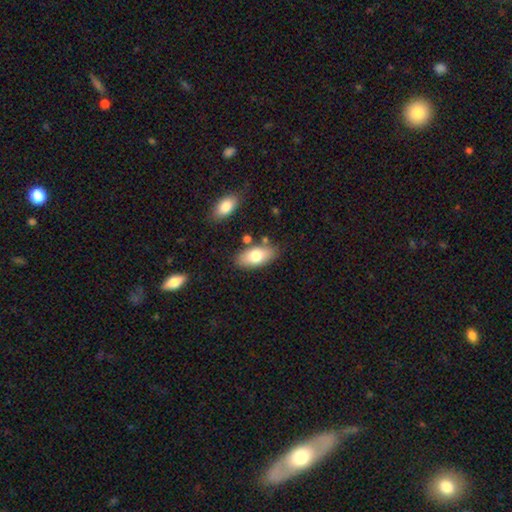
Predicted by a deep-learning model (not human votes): A smooth galaxy with no disk features (76%) that is in between round and cigar-shaped (91%).

Vote fractions:
- Smooth or featured? smooth: 76% / featured or disk: 18% / star or artifact: 7%
- How rounded? in between: 91% / cigar-shaped: 6% / round: 3%
- Merging? none: 80% / minor disturbance: 12% / merger: 5% / major disturbance: 3%